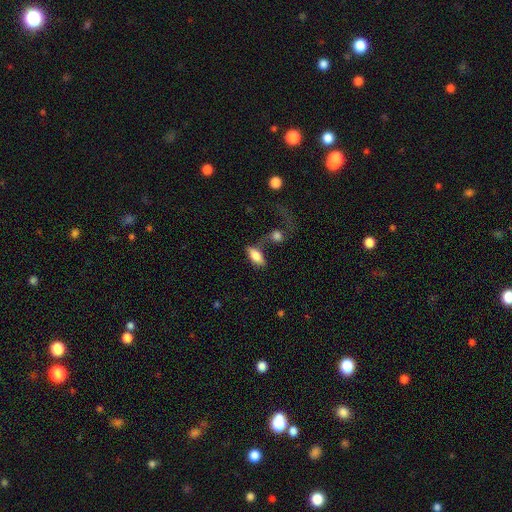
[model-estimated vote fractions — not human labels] A smooth galaxy with no disk features (76%) that is in between round and cigar-shaped (86%). Merging: none (43%).